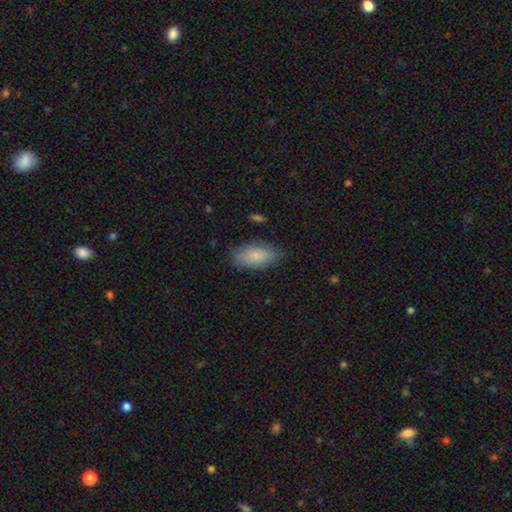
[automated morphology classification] Smooth or featured? smooth (83%)
How rounded? in between (92%)
Merging? none (78%)